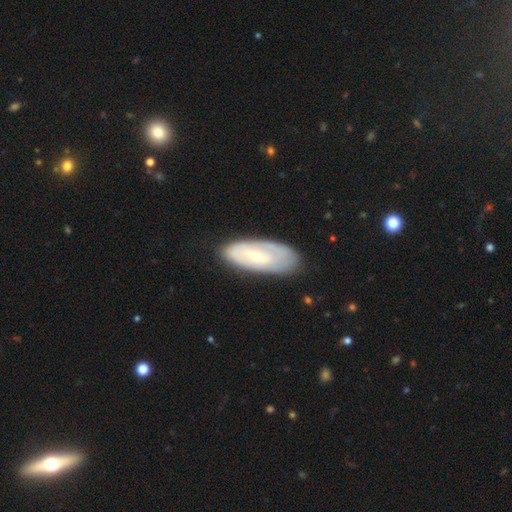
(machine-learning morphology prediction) smooth_or_featured: featured or disk (p=0.57) [alt: smooth p=0.37]
disk_edge_on: no (p=0.87) [alt: yes p=0.13]
merging: none (p=0.76) [alt: minor disturbance p=0.17]